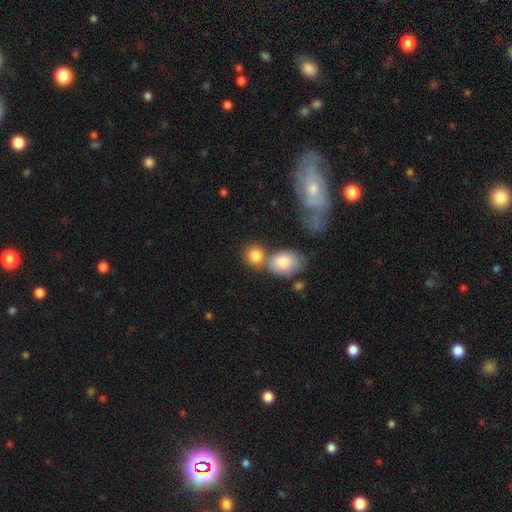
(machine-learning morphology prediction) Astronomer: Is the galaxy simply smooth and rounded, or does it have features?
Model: smooth — 82%.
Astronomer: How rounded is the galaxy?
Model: round — 69%.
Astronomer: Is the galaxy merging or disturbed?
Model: none — 45% (runner-up: merger, 40%).